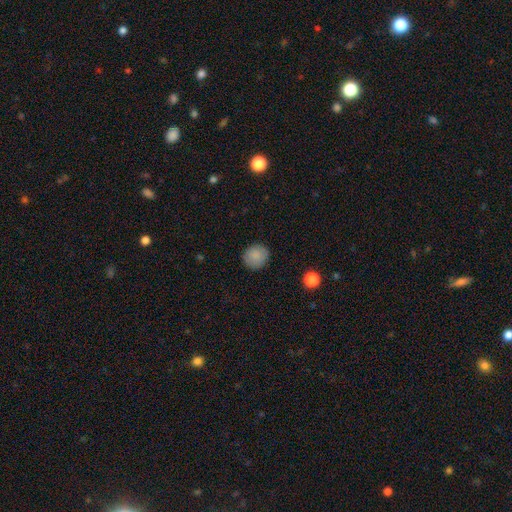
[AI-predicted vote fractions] A smooth galaxy with no disk features (87%) that is round (86%).

Vote fractions:
- Smooth or featured? smooth: 87% / star or artifact: 8% / featured or disk: 5%
- How rounded? round: 86% / in between: 13% / cigar-shaped: 1%
- Merging? none: 88% / minor disturbance: 8% / major disturbance: 2% / merger: 1%